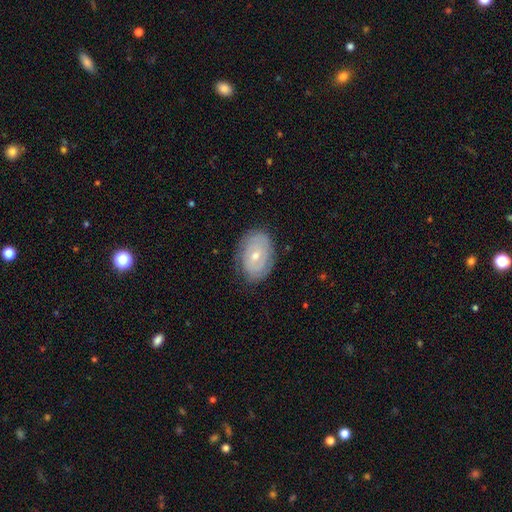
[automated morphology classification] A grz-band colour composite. It shows a featured or disk galaxy (62%) with no bar (68%), spiral arms (68%) and a small central bulge (52%). Merging: none (79%).